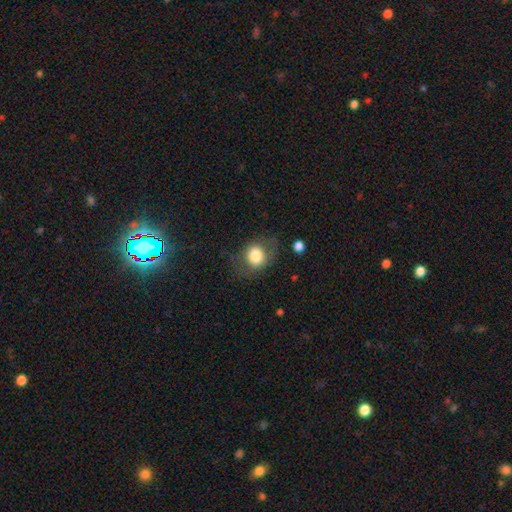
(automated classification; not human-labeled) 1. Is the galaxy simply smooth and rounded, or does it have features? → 76% smooth, 15% featured or disk, 9% star or artifact.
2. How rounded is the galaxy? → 65% round, 34% in between, 1% cigar-shaped.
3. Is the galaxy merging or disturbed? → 64% none, 20% minor disturbance, 14% major disturbance, 2% merger.